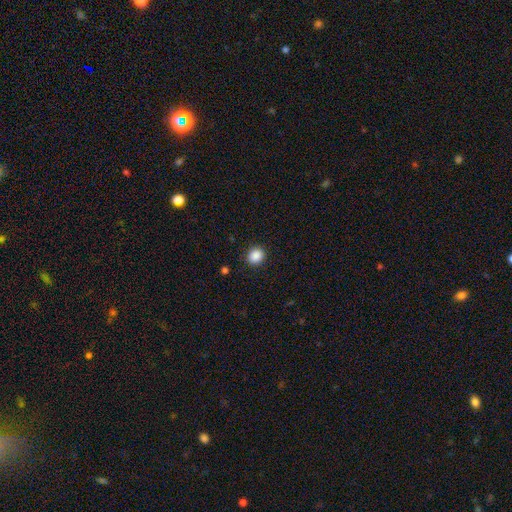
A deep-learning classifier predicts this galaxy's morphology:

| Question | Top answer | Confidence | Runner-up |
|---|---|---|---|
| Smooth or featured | smooth | 89% | star or artifact (9%) |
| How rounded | round | 77% | in between (22%) |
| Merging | none | 91% | minor disturbance (6%) |